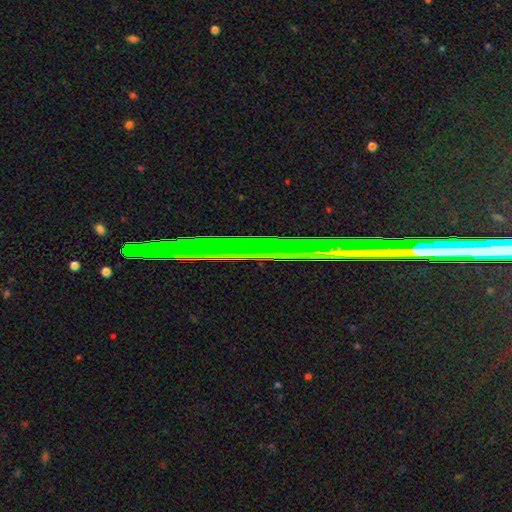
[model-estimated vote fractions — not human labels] A star or artifact, not a galaxy (77%).